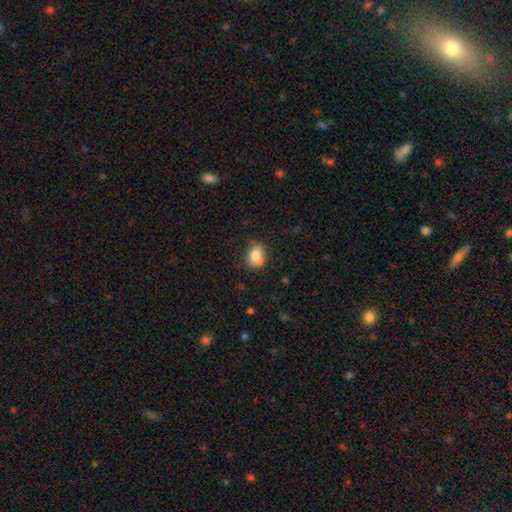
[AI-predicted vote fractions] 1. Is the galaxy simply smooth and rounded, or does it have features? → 81% smooth, 10% featured or disk, 9% star or artifact.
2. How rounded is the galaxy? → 59% in between, 40% round, 1% cigar-shaped.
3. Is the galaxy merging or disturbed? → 67% none, 23% minor disturbance, 5% major disturbance, 5% merger.